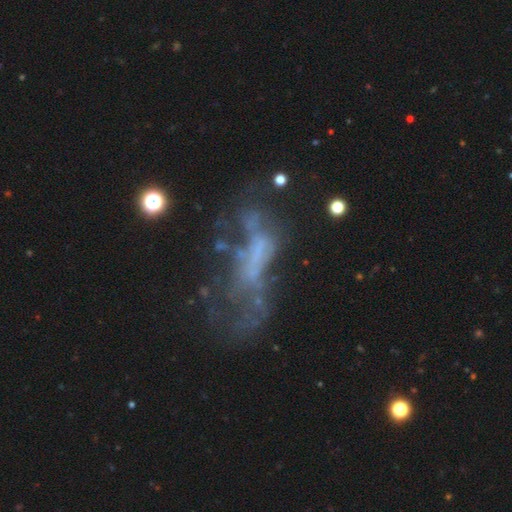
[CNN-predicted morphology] Overall: featured or disk (57%; smooth 22%). Edge-on disk: no (89%). Bar: no (79%). Spiral arms: no (86%). Bulge size: none (75%). Merging: major disturbance (41%; none 30%).